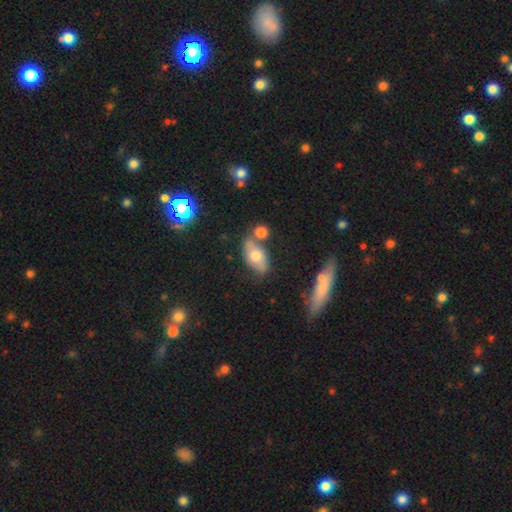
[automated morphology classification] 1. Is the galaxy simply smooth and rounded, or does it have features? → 60% smooth, 31% featured or disk, 9% star or artifact.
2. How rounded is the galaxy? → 88% in between, 8% round, 5% cigar-shaped.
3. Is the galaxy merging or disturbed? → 57% none, 20% merger, 17% minor disturbance, 6% major disturbance.